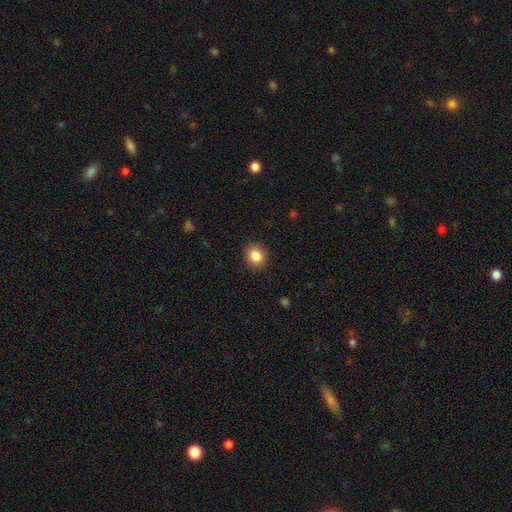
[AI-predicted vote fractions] A smooth galaxy with no disk features (85%) that is round (76%).

Vote fractions:
- Smooth or featured? smooth: 85% / star or artifact: 10% / featured or disk: 5%
- How rounded? round: 76% / in between: 23% / cigar-shaped: 1%
- Merging? none: 90% / minor disturbance: 7% / major disturbance: 2% / merger: 1%